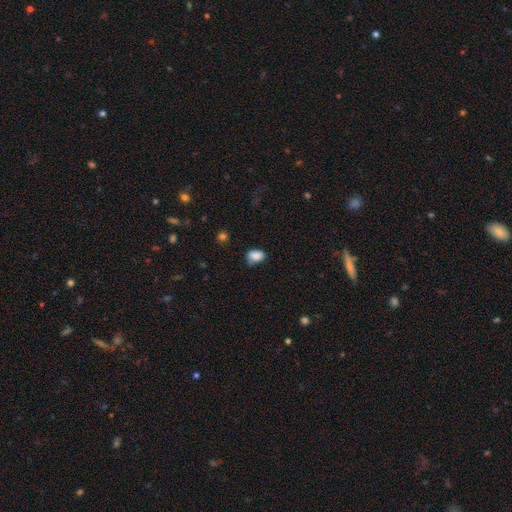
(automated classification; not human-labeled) This appears to be a smooth galaxy with no disk features (86%) that is in between round and cigar-shaped (83%). Merging: none (62%).